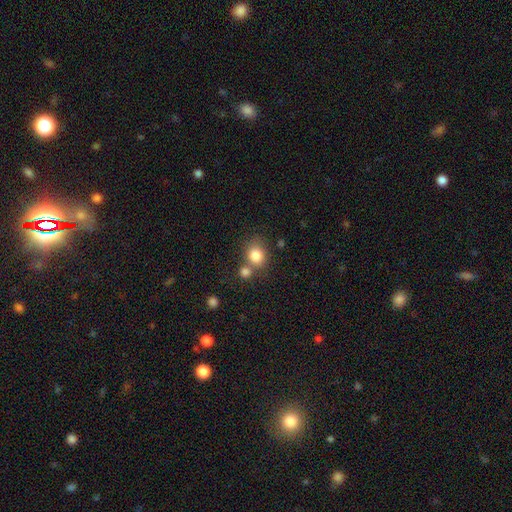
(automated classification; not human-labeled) Smooth or featured? smooth (82%)
How rounded? round (68%)
Merging? none (55%)